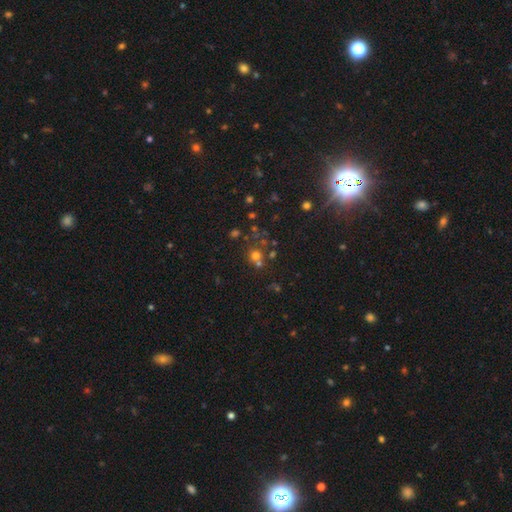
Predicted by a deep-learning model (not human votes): smooth 59%, star or artifact 27%, featured or disk 14%. Down the decision tree: how rounded — round (88%); merging — none (59%).